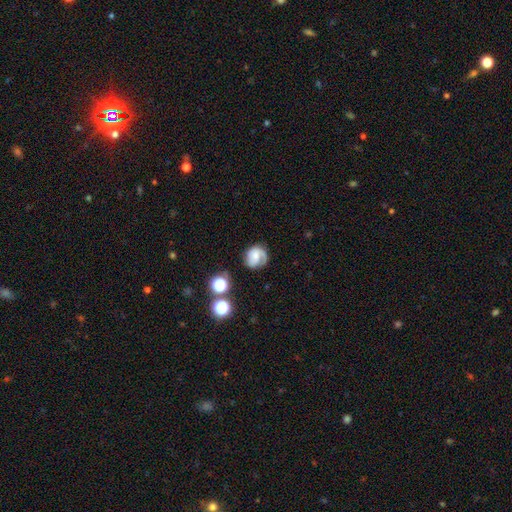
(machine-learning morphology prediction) Smooth or featured: featured or disk — 59% (smooth — 31%)
Edge-on disk: no — 98% (yes — 2%)
Bar: no — 64% (weak — 30%)
Spiral arms: yes — 89% (no — 11%)
Spiral winding: tight — 45% (medium — 38%)
Spiral arm count: 1 — 46% (2 — 36%)
Bulge size: small — 48% (moderate — 36%)
Merging: none — 60% (minor disturbance — 23%)